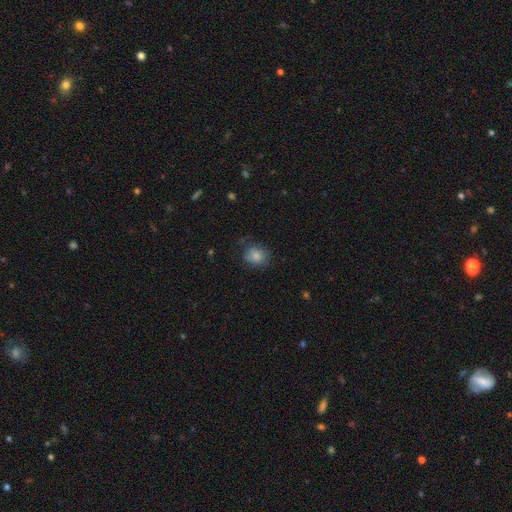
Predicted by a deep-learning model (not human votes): A smooth galaxy with no disk features (77%) that is round (59%). Merging: none (60%).